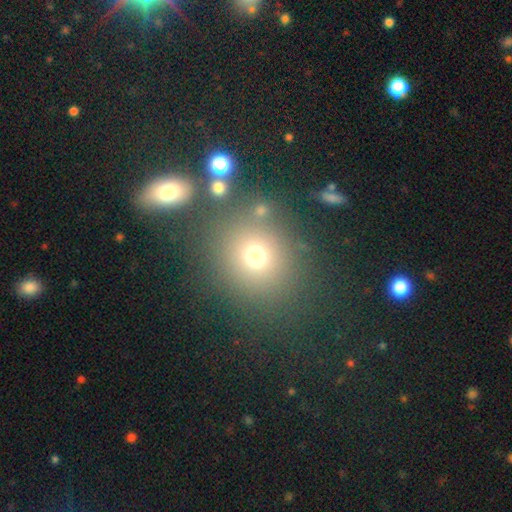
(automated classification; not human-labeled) Q: Smooth or featured?
A: smooth (70%); runner-up: star or artifact (20%)
Q: How rounded?
A: round (85%); runner-up: in between (14%)
Q: Merging?
A: none (76%); runner-up: minor disturbance (9%)